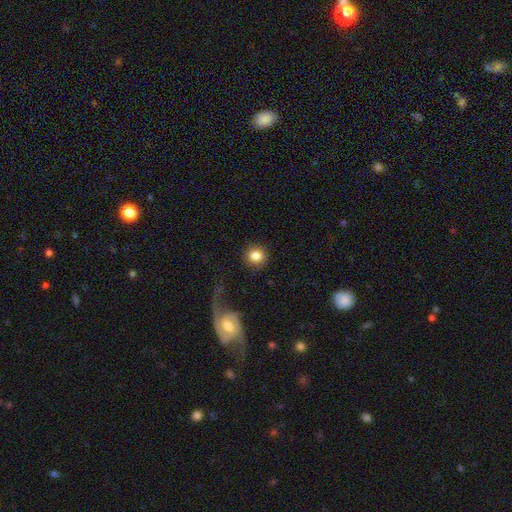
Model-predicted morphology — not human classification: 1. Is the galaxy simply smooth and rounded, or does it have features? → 83% smooth, 9% featured or disk, 8% star or artifact.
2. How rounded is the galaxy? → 90% round, 9% in between, 1% cigar-shaped.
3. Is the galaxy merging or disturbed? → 85% none, 7% minor disturbance, 5% major disturbance, 3% merger.